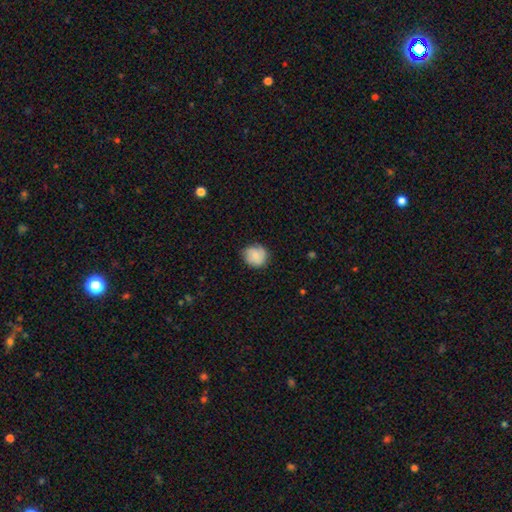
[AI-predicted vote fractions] smooth_or_featured: smooth (p=0.69) [alt: featured or disk p=0.24]
how_rounded: round (p=0.85) [alt: in between p=0.14]
merging: none (p=0.75) [alt: minor disturbance p=0.19]